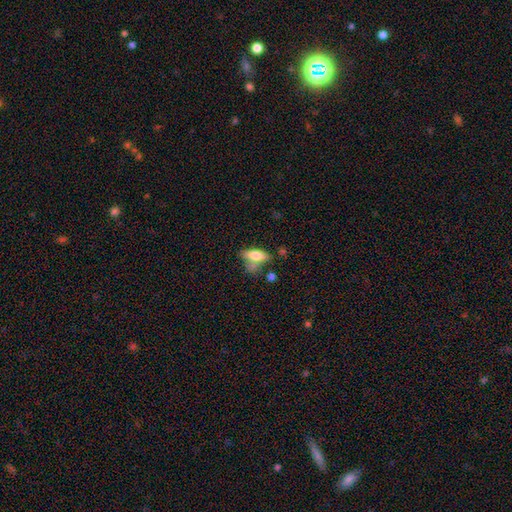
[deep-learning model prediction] Smooth or featured? Predicted: smooth (p=0.66). How rounded? Predicted: in between (p=0.62). Merging? Predicted: none (p=0.46).